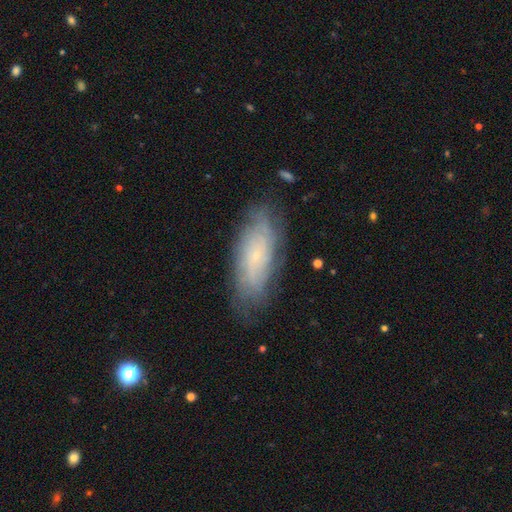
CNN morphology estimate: Overall: featured or disk (60%; smooth 32%). Edge-on disk: no (86%). Bar: no (80%). Spiral arms: yes (81%). Bulge size: small (85%). Merging: none (75%).